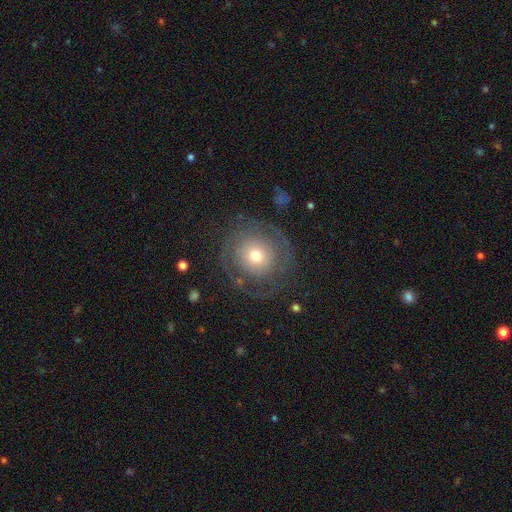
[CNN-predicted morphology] Smooth or featured?
  - featured or disk: 52% *
  - smooth: 37%
  - star or artifact: 11%
Edge-on disk?
  - no: 96% *
  - yes: 4%
Bar?
  - no: 86% *
  - weak: 10%
  - strong: 3%
Spiral arms?
  - yes: 61% *
  - no: 39%
Bulge size?
  - moderate: 52% *
  - small: 39%
  - large: 6%
  - dominant: 2%
  - none: 1%
Merging?
  - none: 73% *
  - minor disturbance: 14%
  - major disturbance: 12%
  - merger: 1%